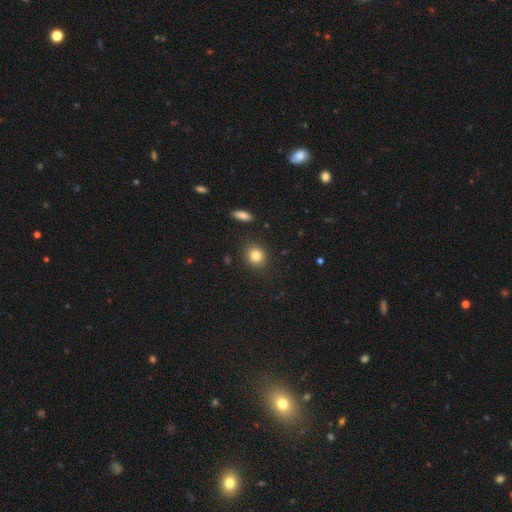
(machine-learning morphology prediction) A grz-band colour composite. It shows a smooth galaxy with no disk features (83%) that is round (77%). Merging: none (89%).